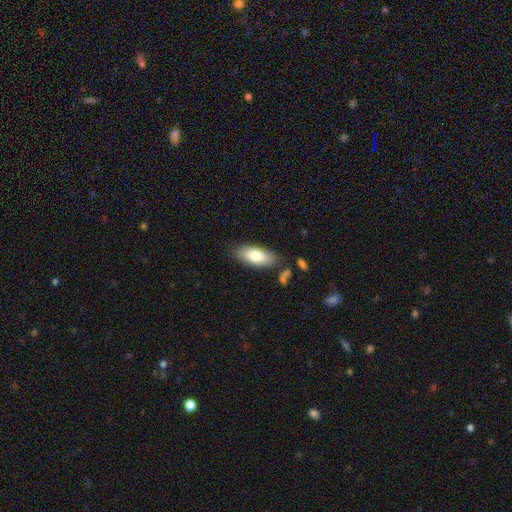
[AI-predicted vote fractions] Smooth or featured: smooth — 77% (featured or disk — 17%)
How rounded: in between — 83% (cigar-shaped — 15%)
Merging: none — 81% (minor disturbance — 13%)